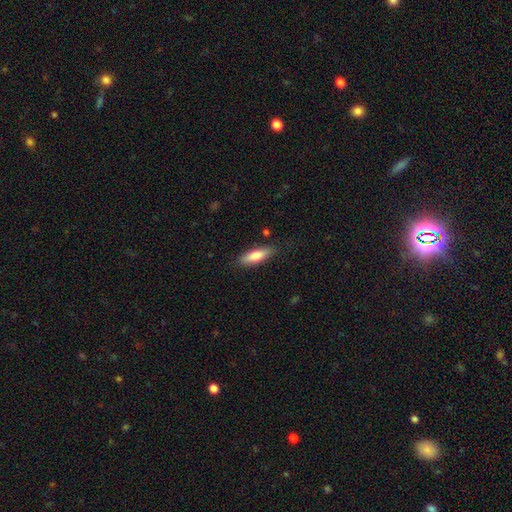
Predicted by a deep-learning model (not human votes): smooth-or-featured: smooth: 79% | featured or disk: 15% | star or artifact: 6%
  how-rounded: in between: 50% | cigar-shaped: 48% | round: 2%
  merging: none: 84% | minor disturbance: 12% | major disturbance: 3% | merger: 1%